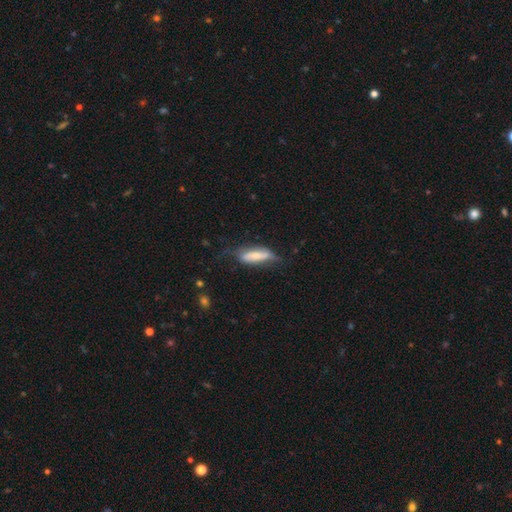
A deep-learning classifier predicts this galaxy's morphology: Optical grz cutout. It shows a smooth galaxy with no disk features (53%) that is in between round and cigar-shaped (56%). Merging: none (46%).